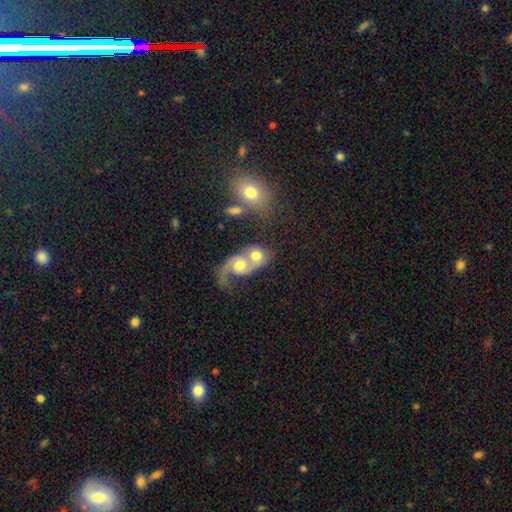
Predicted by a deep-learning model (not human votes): Smooth or featured? featured or disk (46%)
Merging? merger (72%)